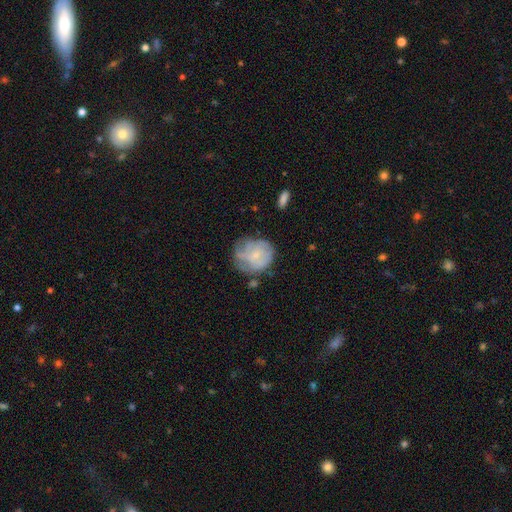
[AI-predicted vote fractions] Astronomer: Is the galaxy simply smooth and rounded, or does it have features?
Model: featured or disk — 56% (runner-up: smooth, 36%).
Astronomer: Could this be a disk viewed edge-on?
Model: no — 98%.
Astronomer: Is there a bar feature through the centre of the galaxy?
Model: no — 74%.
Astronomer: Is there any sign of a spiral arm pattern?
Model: yes — 72%.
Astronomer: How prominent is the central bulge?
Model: small — 63%.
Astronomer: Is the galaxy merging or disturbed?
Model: none — 55%.